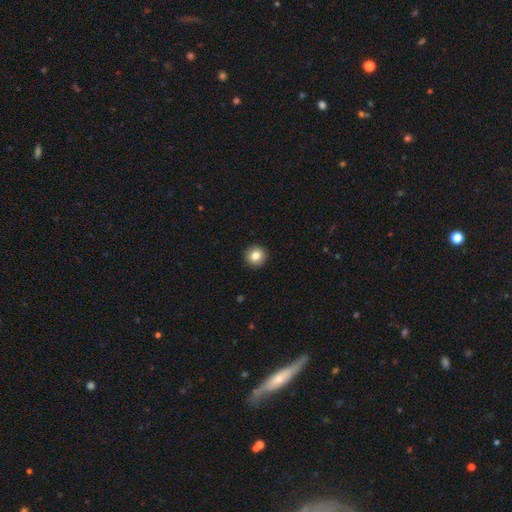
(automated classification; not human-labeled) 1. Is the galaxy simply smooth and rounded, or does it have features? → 84% smooth, 10% star or artifact, 7% featured or disk.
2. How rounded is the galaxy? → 95% round, 4% in between, 1% cigar-shaped.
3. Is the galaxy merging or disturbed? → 93% none, 4% minor disturbance, 1% major disturbance, 1% merger.